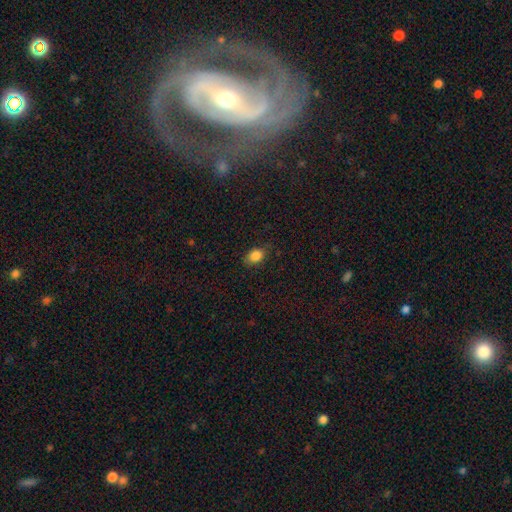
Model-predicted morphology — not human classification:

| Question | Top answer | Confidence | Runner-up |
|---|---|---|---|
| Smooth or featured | smooth | 85% | star or artifact (10%) |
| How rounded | in between | 75% | round (24%) |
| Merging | none | 79% | minor disturbance (16%) |